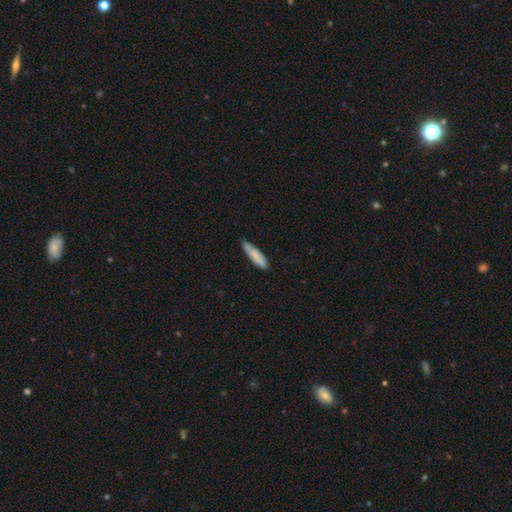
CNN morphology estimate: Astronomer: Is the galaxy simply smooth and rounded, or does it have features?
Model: smooth — 81%.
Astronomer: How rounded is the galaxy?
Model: cigar-shaped — 68%.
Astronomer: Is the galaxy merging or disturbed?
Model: none — 71%.